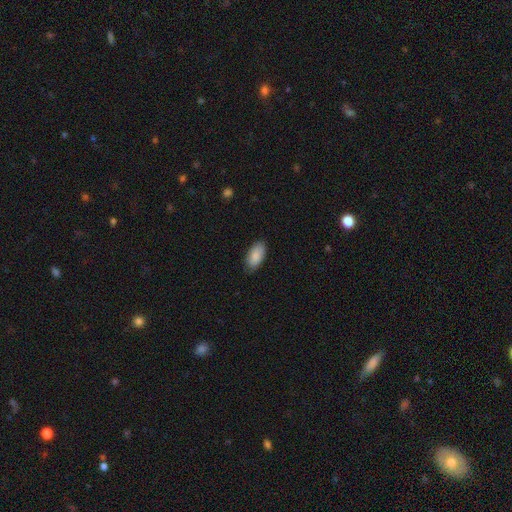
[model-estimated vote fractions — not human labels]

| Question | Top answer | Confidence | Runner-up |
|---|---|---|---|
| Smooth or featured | smooth | 88% | featured or disk (6%) |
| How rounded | in between | 93% | cigar-shaped (4%) |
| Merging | none | 80% | minor disturbance (16%) |